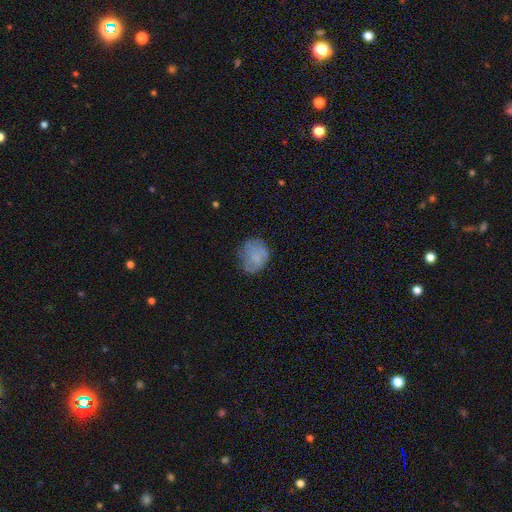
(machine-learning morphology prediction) Overall: smooth (58%; featured or disk 31%). How rounded: round (65%; in between 34%). Merging: none (63%; minor disturbance 24%).